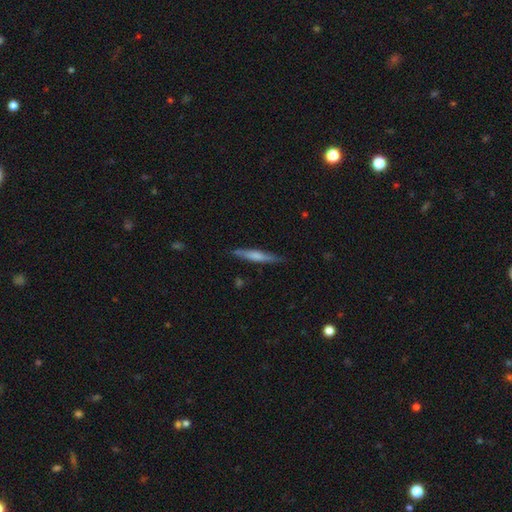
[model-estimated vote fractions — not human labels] Overall: smooth (57%; featured or disk 38%). How rounded: cigar-shaped (92%). Merging: none (83%).